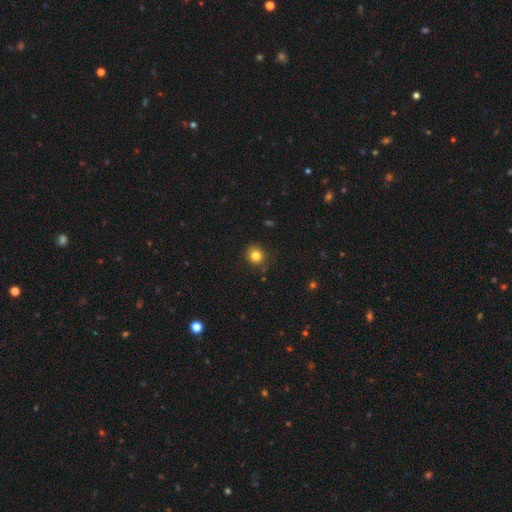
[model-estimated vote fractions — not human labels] smooth-or-featured: smooth: 82% | star or artifact: 12% | featured or disk: 6%
  how-rounded: round: 90% | in between: 9% | cigar-shaped: 1%
  merging: none: 86% | minor disturbance: 10% | major disturbance: 2% | merger: 2%